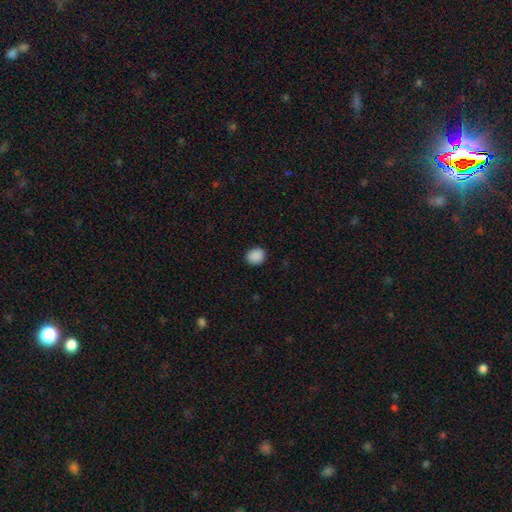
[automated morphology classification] Overall: smooth (89%). How rounded: round (66%; in between 34%). Merging: none (90%).